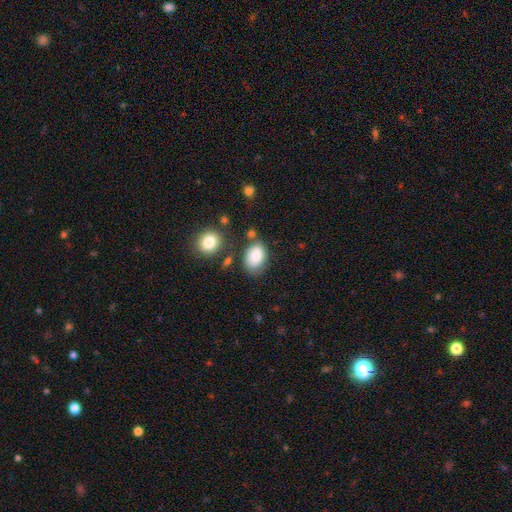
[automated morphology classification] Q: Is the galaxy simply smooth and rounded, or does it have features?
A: smooth — 83%.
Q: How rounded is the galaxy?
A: in between — 83%.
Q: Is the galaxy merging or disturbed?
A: none — 64%.